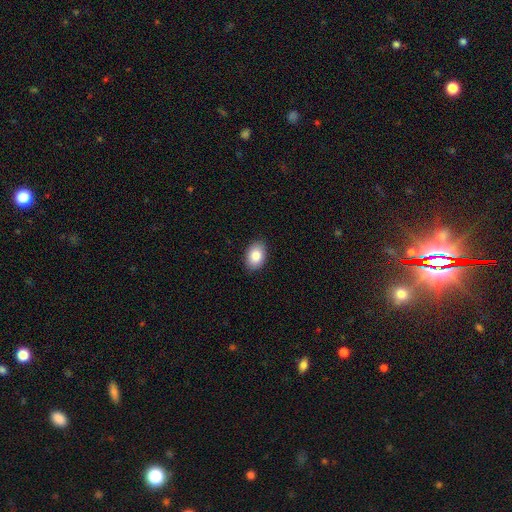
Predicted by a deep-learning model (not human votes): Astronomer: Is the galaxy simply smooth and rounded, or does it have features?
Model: smooth — 86%.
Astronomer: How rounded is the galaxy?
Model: in between — 86%.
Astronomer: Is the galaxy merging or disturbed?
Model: none — 89%.